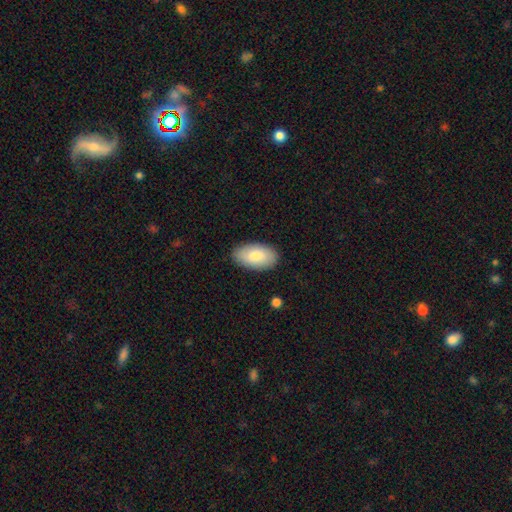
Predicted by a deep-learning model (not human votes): A smooth galaxy with no disk features (81%) that is in between round and cigar-shaped (95%).

Vote fractions:
- Smooth or featured? smooth: 81% / featured or disk: 14% / star or artifact: 5%
- How rounded? in between: 95% / round: 3% / cigar-shaped: 2%
- Merging? none: 87% / minor disturbance: 10% / major disturbance: 2% / merger: 1%